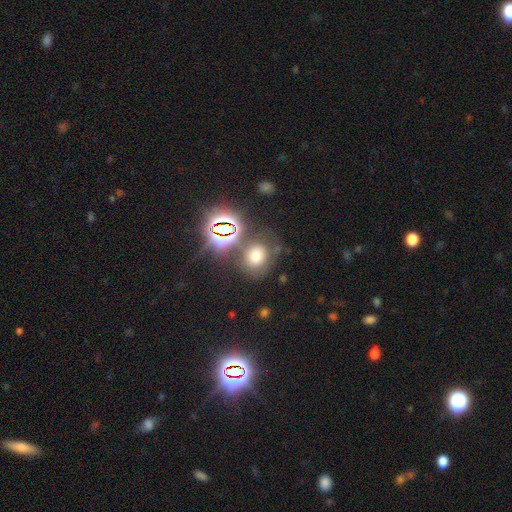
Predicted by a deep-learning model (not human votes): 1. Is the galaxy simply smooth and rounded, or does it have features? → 61% smooth, 27% star or artifact, 11% featured or disk.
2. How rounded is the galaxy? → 63% round, 36% in between, 1% cigar-shaped.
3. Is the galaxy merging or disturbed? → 65% none, 15% minor disturbance, 12% merger, 8% major disturbance.